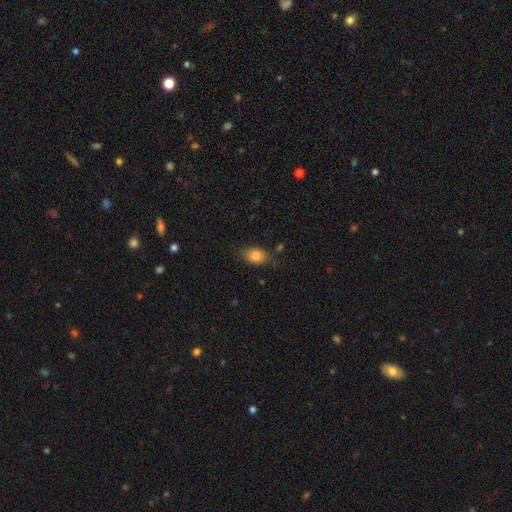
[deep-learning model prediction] Smooth or featured: smooth — 83% (star or artifact — 9%)
How rounded: in between — 77% (round — 21%)
Merging: none — 77% (minor disturbance — 17%)